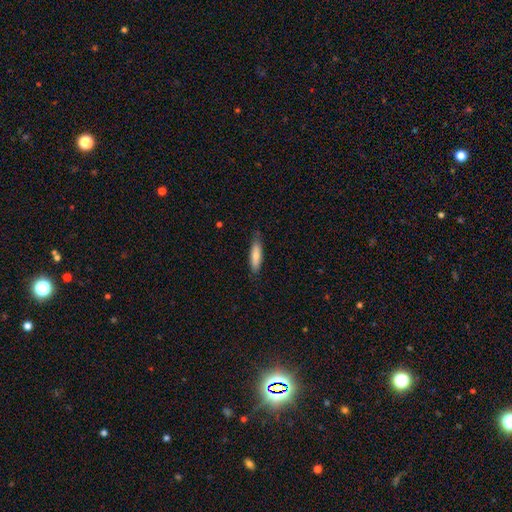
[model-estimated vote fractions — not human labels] smooth 79%, featured or disk 15%, star or artifact 6%. Down the decision tree: how rounded — cigar-shaped (64%); merging — none (81%).